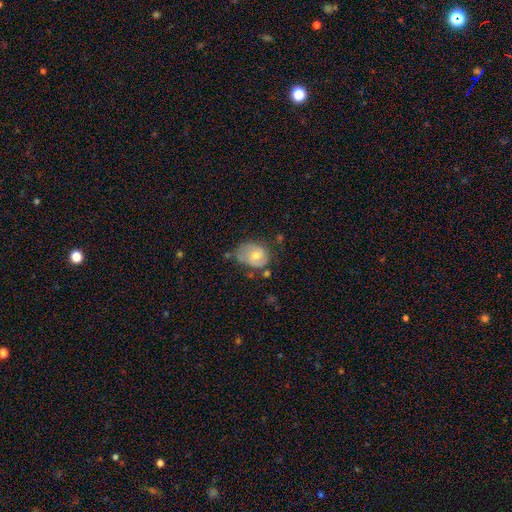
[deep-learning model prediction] featured or disk 51%, smooth 41%, star or artifact 8%. Down the decision tree: edge-on disk — no (96%); merging — none (45%).